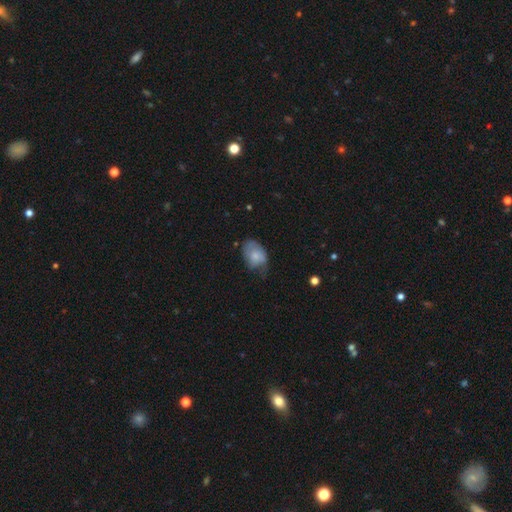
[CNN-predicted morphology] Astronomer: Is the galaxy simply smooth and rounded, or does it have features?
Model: smooth — 67%.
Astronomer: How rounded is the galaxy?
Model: in between — 81%.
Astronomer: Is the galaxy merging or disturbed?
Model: minor disturbance — 40% (runner-up: none, 36%).